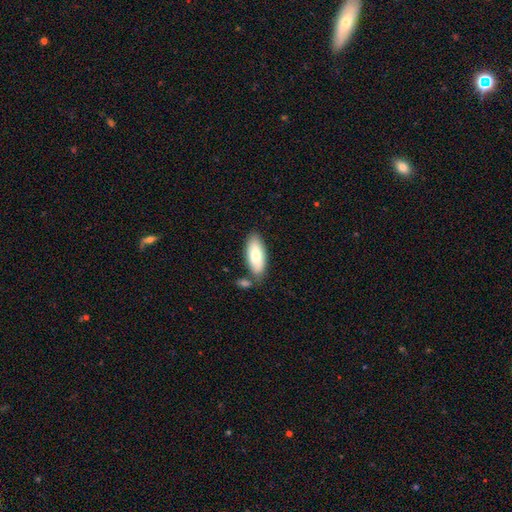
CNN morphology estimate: This is likely a smooth galaxy (77%). How rounded: clearly in between (82%). Merging: likely none (71%).